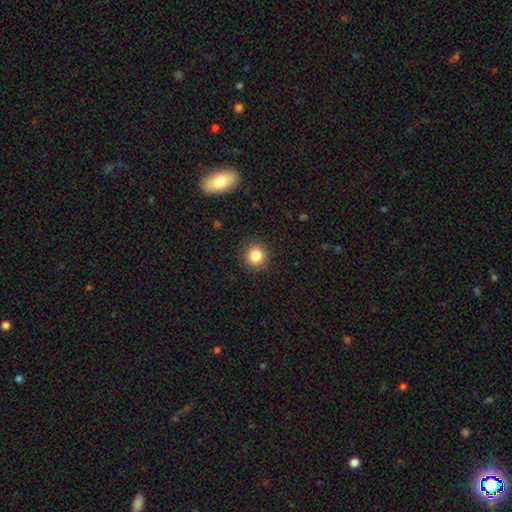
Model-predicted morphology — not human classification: Smooth or featured? Predicted: smooth (p=0.84). How rounded? Predicted: round (p=0.93). Merging? Predicted: none (p=0.91).